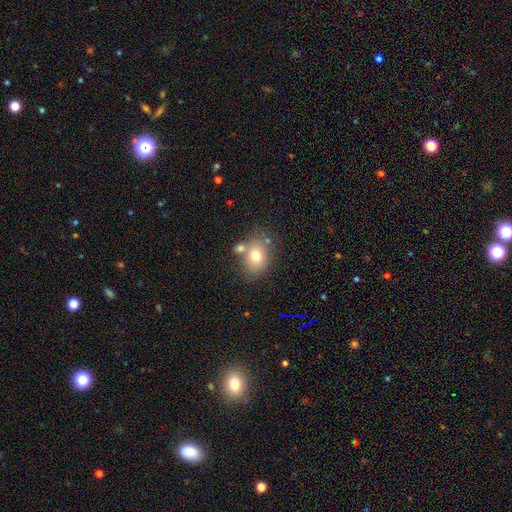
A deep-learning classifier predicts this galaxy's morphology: smooth 72%, featured or disk 17%, star or artifact 11%. Down the decision tree: how rounded — in between (63%); merging — none (58%).